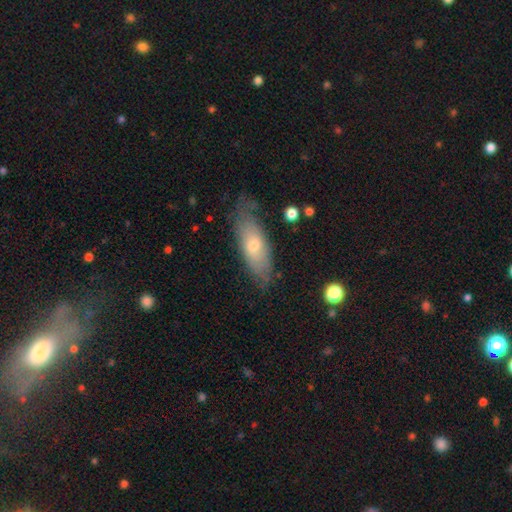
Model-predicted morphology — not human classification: The model was most divided on "smooth or featured": smooth: 60%, featured or disk: 34%, star or artifact: 7%. More confident: merging — none (73%); how rounded — in between (66%).